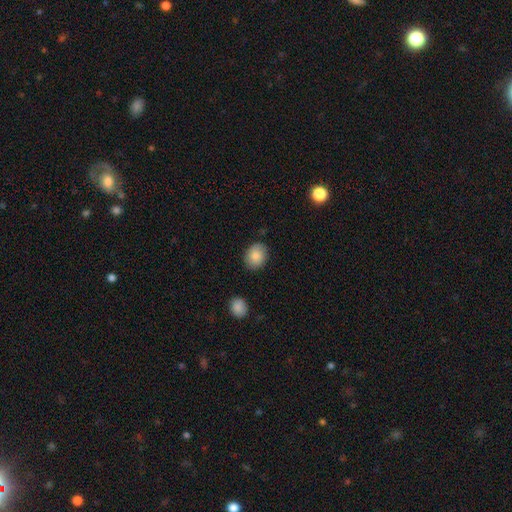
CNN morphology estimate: smooth_or_featured: smooth (p=0.85) [alt: star or artifact p=0.08]
how_rounded: round (p=0.51) [alt: in between p=0.48]
merging: none (p=0.83) [alt: minor disturbance p=0.12]